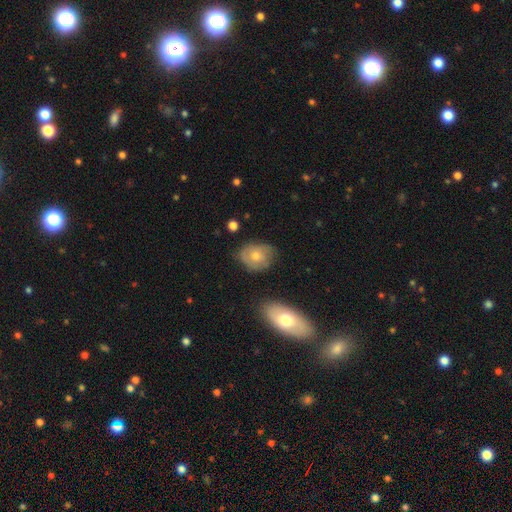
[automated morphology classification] smooth-or-featured: smooth: 46% | featured or disk: 44% | star or artifact: 9%
  merging: none: 72% | minor disturbance: 20% | major disturbance: 5% | merger: 2%